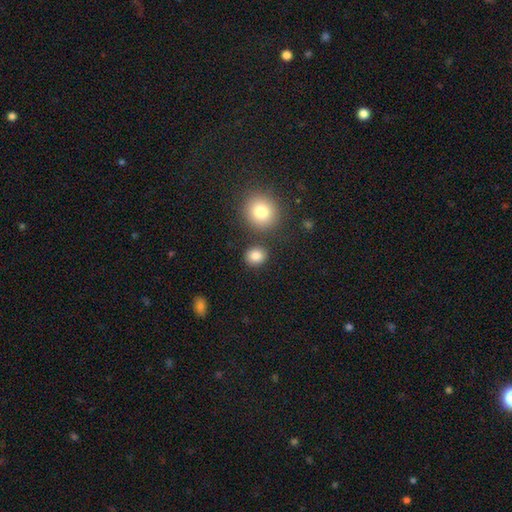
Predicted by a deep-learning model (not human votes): A smooth galaxy with no disk features (84%) that is round (74%). Merging: none (82%).